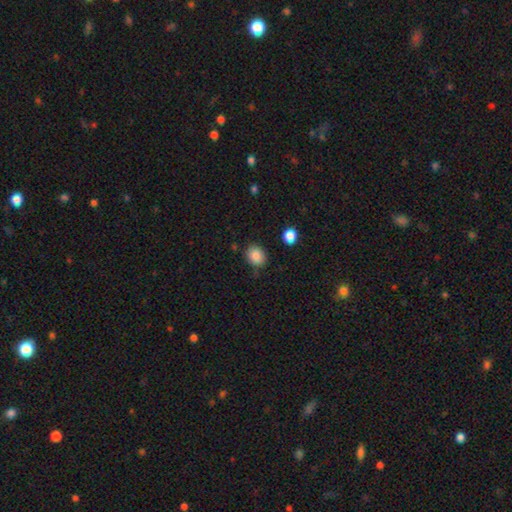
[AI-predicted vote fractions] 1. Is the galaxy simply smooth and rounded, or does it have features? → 86% smooth, 9% star or artifact, 5% featured or disk.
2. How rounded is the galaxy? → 56% round, 43% in between, 1% cigar-shaped.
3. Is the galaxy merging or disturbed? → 78% none, 16% minor disturbance, 4% major disturbance, 3% merger.